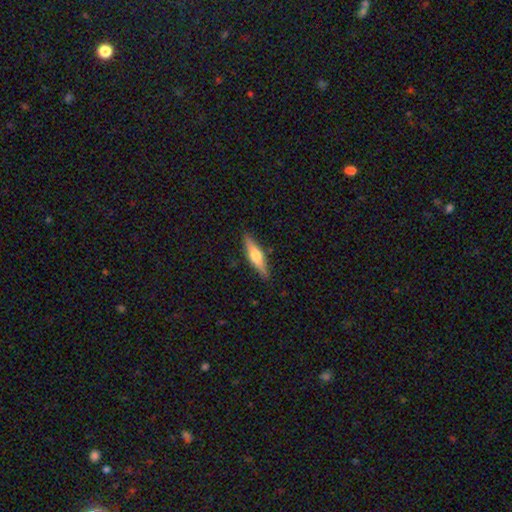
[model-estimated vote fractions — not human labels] Smooth or featured?
  - featured or disk: 49% *
  - smooth: 45%
  - star or artifact: 6%
Merging?
  - none: 88% *
  - minor disturbance: 9%
  - major disturbance: 2%
  - merger: 1%